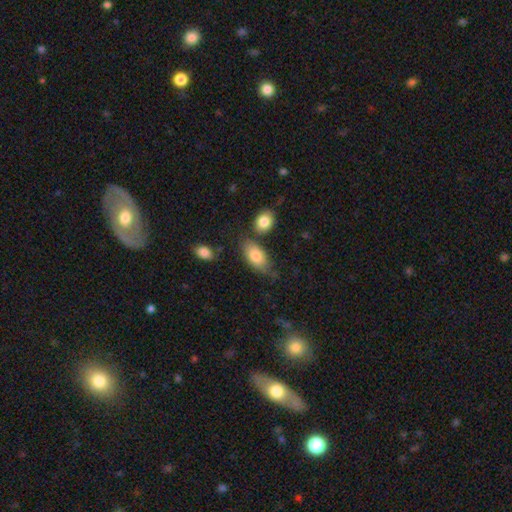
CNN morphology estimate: Smooth or featured? smooth (83%)
How rounded? in between (92%)
Merging? none (67%)